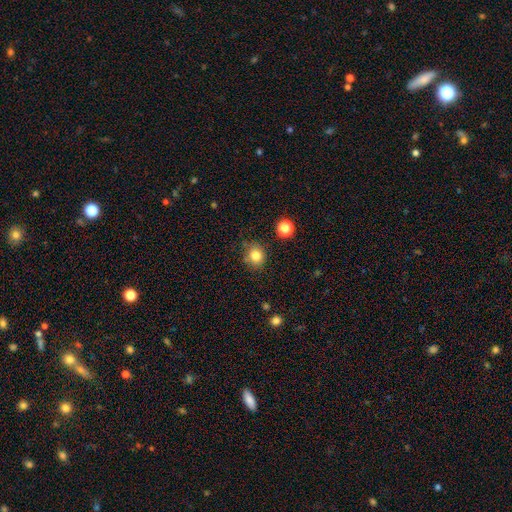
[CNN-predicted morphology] smooth 82%, star or artifact 11%, featured or disk 6%. Down the decision tree: how rounded — round (74%); merging — none (77%).